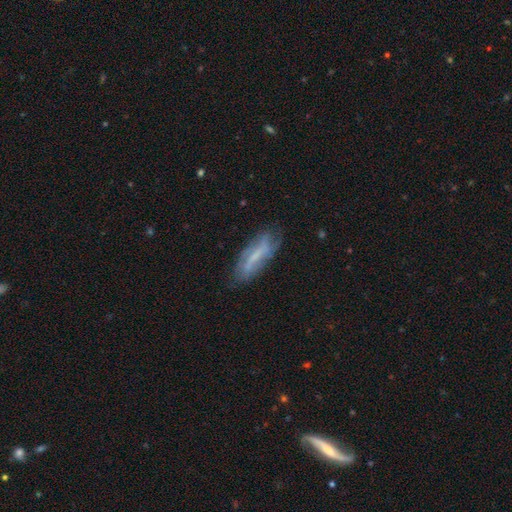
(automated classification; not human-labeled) Smooth or featured? Predicted: featured or disk (p=0.53). Edge-on disk? Predicted: no (p=0.71). Merging? Predicted: none (p=0.67).